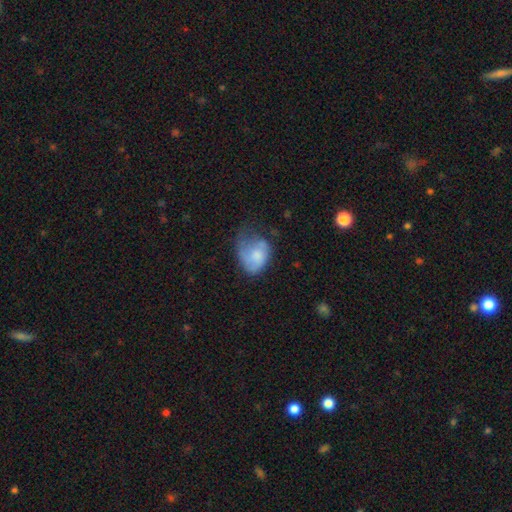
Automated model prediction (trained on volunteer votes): This appears to be a smooth galaxy with no disk features (62%) that is in between round and cigar-shaped (66%). Merging: major disturbance (41%).